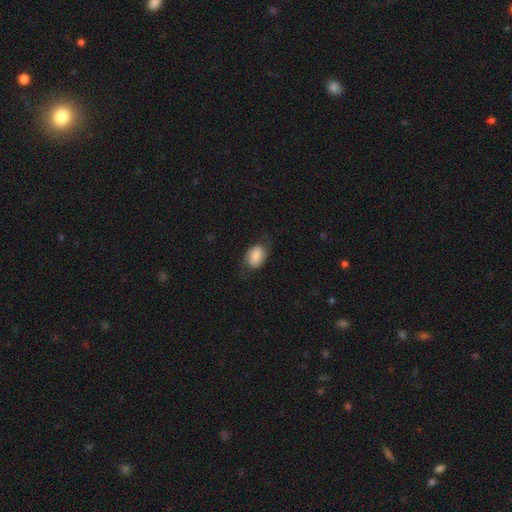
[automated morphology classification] This appears to be a smooth galaxy with no disk features (77%) that is in between round and cigar-shaped (77%). Merging: none (64%).